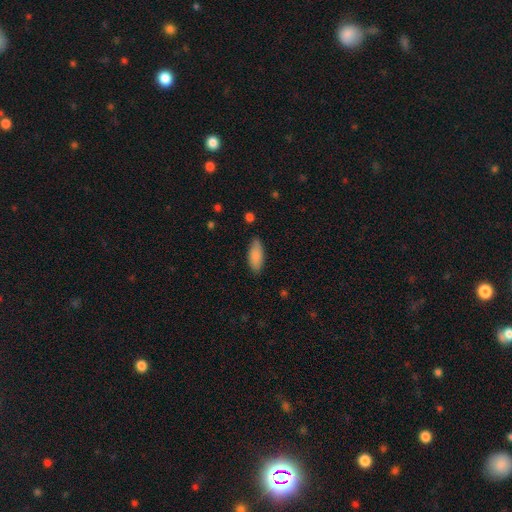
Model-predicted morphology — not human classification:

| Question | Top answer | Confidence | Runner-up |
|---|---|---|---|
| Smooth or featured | smooth | 87% | featured or disk (7%) |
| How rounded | in between | 77% | cigar-shaped (21%) |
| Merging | none | 81% | minor disturbance (15%) |